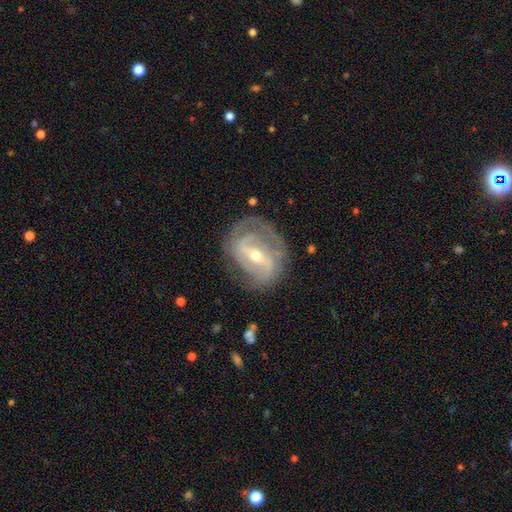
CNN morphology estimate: A featured or disk galaxy (85%) with a strong bar (51%), 2 (61%) tight (46%) spiral arms (89%) and a moderate central bulge (52%).

Vote fractions:
- Smooth or featured? featured or disk: 85% / smooth: 10% / star or artifact: 5%
- Edge-on disk? no: 96% / yes: 4%
- Bar? strong: 51% / weak: 36% / no: 14%
- Spiral arms? yes: 89% / no: 11%
- Spiral winding? tight: 46% / medium: 39% / loose: 15%
- Spiral arm count? 2: 61% / can't tell: 18% / 3: 11% / 1: 5% / 4: 3% / more than 4: 2%
- Bulge size? moderate: 52% / small: 45% / large: 2% / none: 1% / dominant: 1%
- Merging? none: 69% / minor disturbance: 19% / major disturbance: 10% / merger: 1%